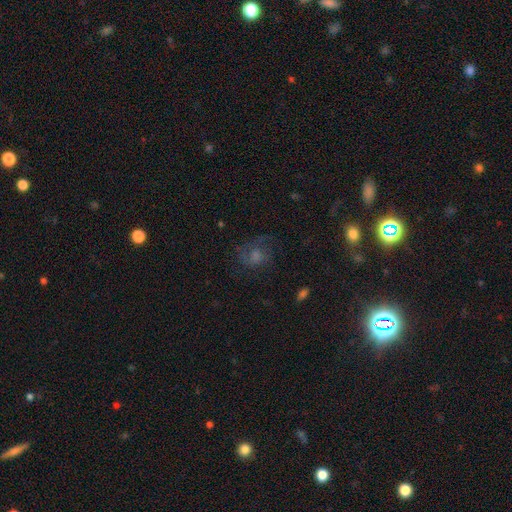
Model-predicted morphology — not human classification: smooth_or_featured: featured or disk (p=0.39) [alt: smooth p=0.33]
merging: none (p=0.65) [alt: minor disturbance p=0.18]